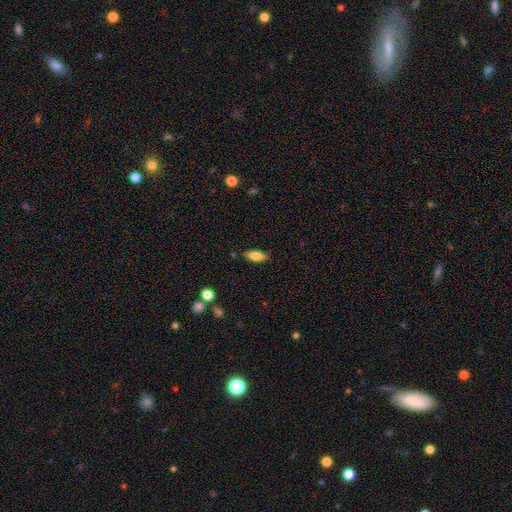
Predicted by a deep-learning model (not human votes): Smooth or featured: smooth — 79% (featured or disk — 14%)
How rounded: in between — 80% (cigar-shaped — 18%)
Merging: none — 84% (minor disturbance — 12%)